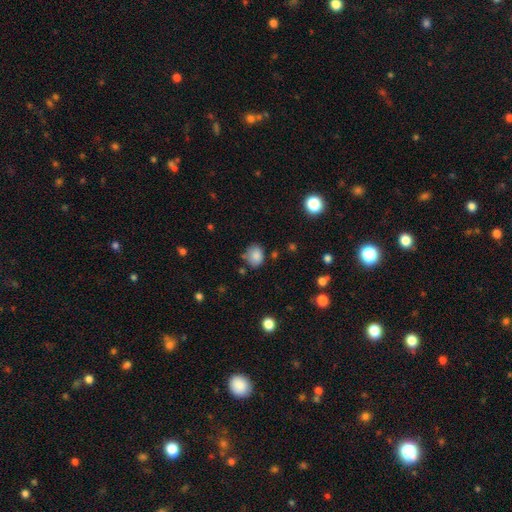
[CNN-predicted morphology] smooth_or_featured: smooth (p=0.84) [alt: star or artifact p=0.10]
how_rounded: round (p=0.55) [alt: in between p=0.45]
merging: none (p=0.65) [alt: minor disturbance p=0.25]